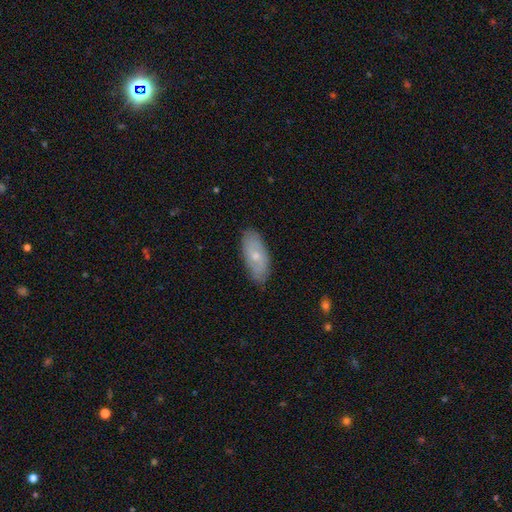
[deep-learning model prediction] A smooth galaxy with no disk features (55%) that is in between round and cigar-shaped (85%).

Vote fractions:
- Smooth or featured? smooth: 55% / featured or disk: 38% / star or artifact: 7%
- How rounded? in between: 85% / cigar-shaped: 12% / round: 3%
- Merging? none: 83% / minor disturbance: 13% / major disturbance: 2% / merger: 1%